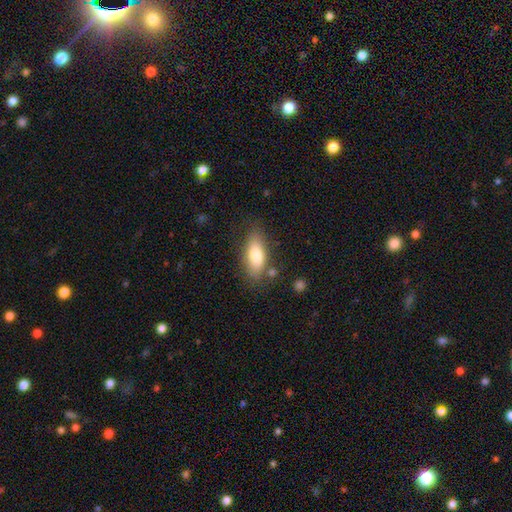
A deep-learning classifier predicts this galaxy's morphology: Overall: smooth (76%). How rounded: in between (76%). Merging: none (76%).